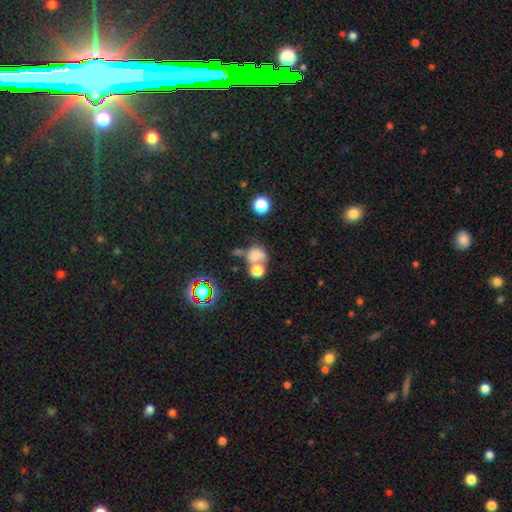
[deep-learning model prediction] This is likely a smooth galaxy (67%). How rounded: likely round (65%). Merging: marginally merger (42%).